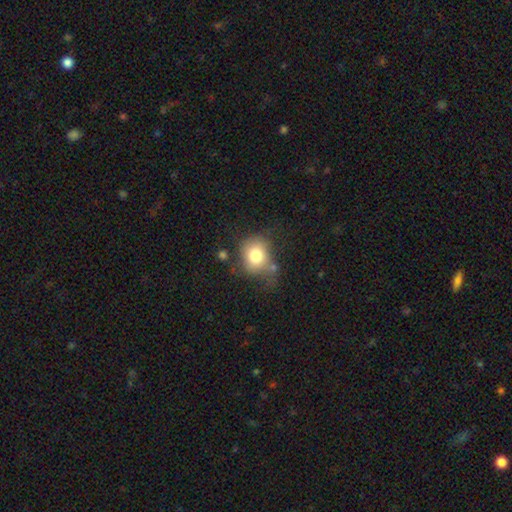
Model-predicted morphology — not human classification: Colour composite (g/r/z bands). It shows a smooth galaxy with no disk features (78%) that is round (67%). Merging: none (47%).